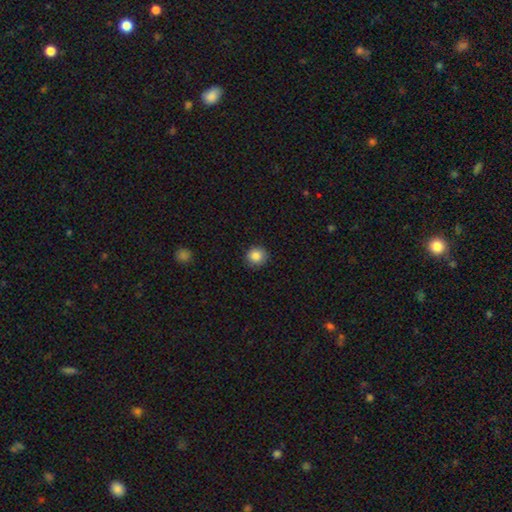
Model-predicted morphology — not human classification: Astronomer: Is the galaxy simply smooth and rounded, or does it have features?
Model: smooth — 86%.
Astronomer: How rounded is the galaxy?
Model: round — 92%.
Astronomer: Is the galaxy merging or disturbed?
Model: none — 90%.